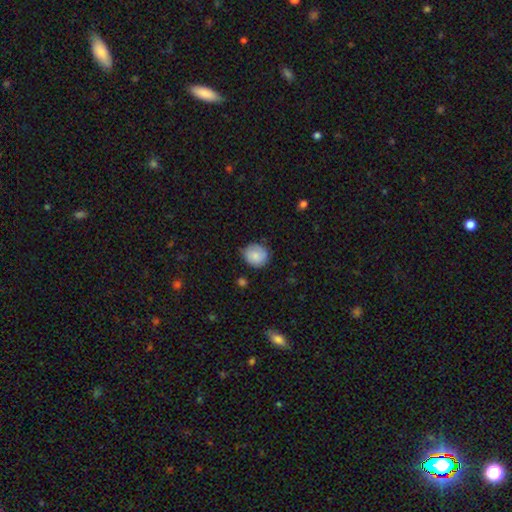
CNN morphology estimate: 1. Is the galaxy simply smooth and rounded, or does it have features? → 82% smooth, 11% featured or disk, 7% star or artifact.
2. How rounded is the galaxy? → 85% round, 14% in between, 1% cigar-shaped.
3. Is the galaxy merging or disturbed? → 76% none, 20% minor disturbance, 3% major disturbance, 1% merger.